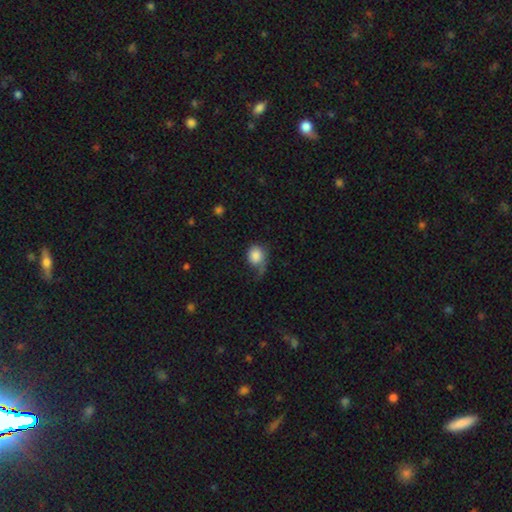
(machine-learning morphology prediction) smooth_or_featured: smooth (p=0.81) [alt: featured or disk p=0.12]
how_rounded: round (p=0.70) [alt: in between p=0.29]
merging: none (p=0.35) [alt: major disturbance p=0.31]